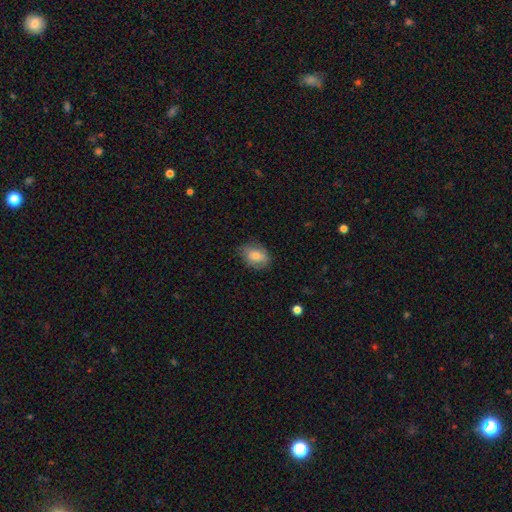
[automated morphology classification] smooth-or-featured: smooth: 76% | featured or disk: 16% | star or artifact: 8%
  how-rounded: in between: 80% | round: 18% | cigar-shaped: 2%
  merging: none: 75% | minor disturbance: 20% | major disturbance: 4% | merger: 1%